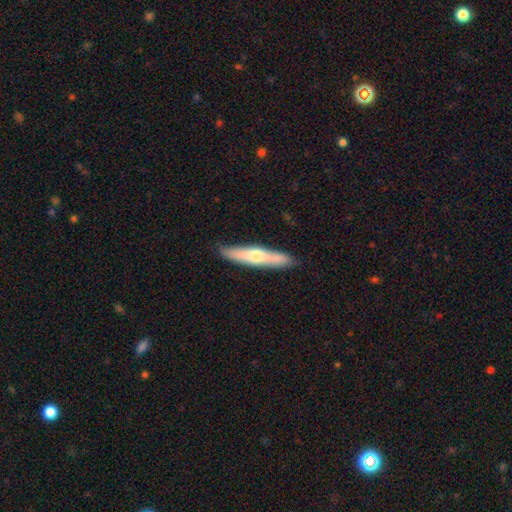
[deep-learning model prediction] Q: Smooth or featured?
A: smooth (51%); runner-up: featured or disk (44%)
Q: How rounded?
A: cigar-shaped (88%); runner-up: in between (11%)
Q: Merging?
A: none (88%); runner-up: minor disturbance (9%)